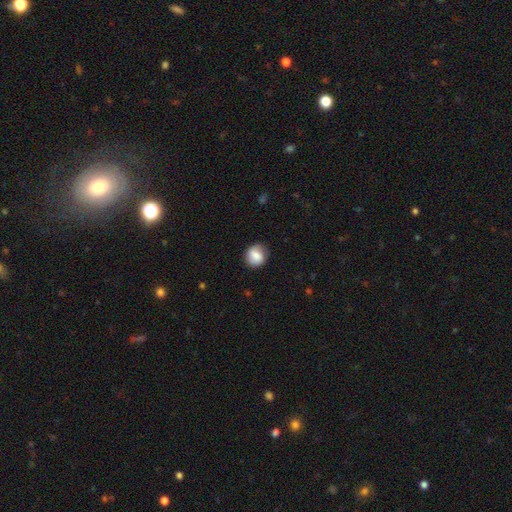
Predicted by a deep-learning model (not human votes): A smooth galaxy with no disk features (76%) that is round (83%).

Vote fractions:
- Smooth or featured? smooth: 76% / featured or disk: 17% / star or artifact: 8%
- How rounded? round: 83% / in between: 16% / cigar-shaped: 1%
- Merging? none: 80% / minor disturbance: 15% / major disturbance: 4% / merger: 1%